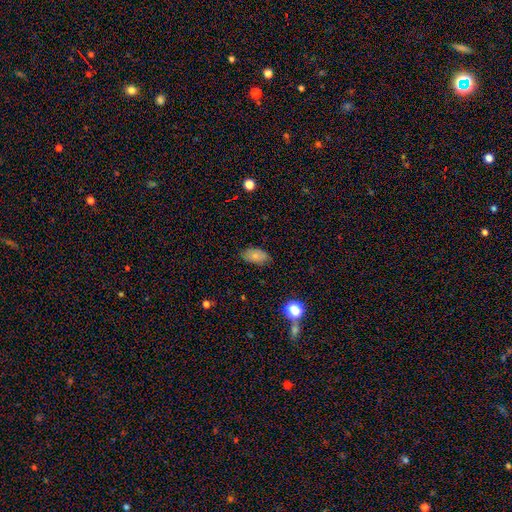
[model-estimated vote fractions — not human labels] Morphology: type=smooth (78%); roundness=in between (91%); merging=none (82%).